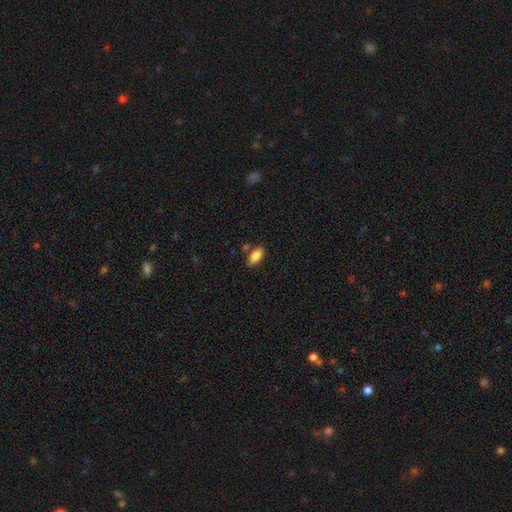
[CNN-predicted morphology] A smooth galaxy with no disk features (84%) that is in between round and cigar-shaped (88%).

Vote fractions:
- Smooth or featured? smooth: 84% / featured or disk: 8% / star or artifact: 7%
- How rounded? in between: 88% / cigar-shaped: 10% / round: 3%
- Merging? none: 78% / minor disturbance: 13% / merger: 7% / major disturbance: 3%